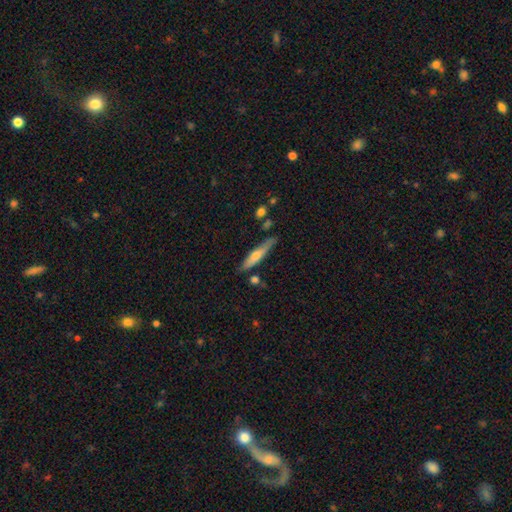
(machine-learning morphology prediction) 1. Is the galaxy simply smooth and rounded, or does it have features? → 48% featured or disk, 45% smooth, 7% star or artifact.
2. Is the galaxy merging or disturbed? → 76% none, 16% minor disturbance, 5% merger, 3% major disturbance.